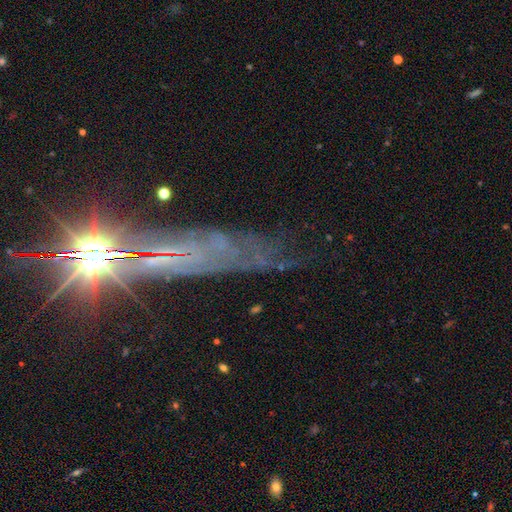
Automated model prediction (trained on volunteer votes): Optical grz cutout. It shows a featured or disk galaxy (46%). Merging: none (64%).